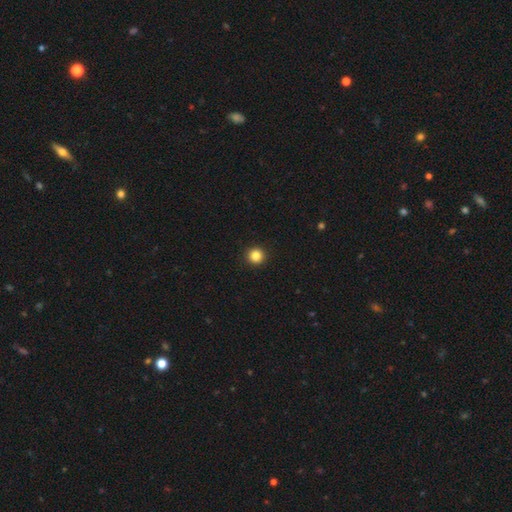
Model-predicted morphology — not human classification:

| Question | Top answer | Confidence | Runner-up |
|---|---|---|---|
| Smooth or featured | smooth | 85% | star or artifact (12%) |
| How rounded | round | 95% | in between (4%) |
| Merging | none | 94% | minor disturbance (4%) |